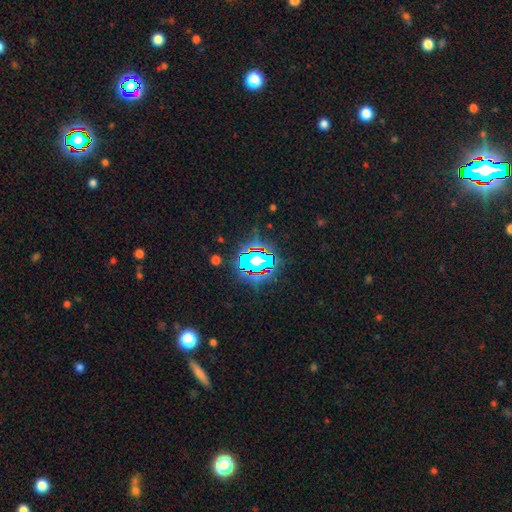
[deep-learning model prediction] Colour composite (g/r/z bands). It shows a star or artifact, not a galaxy (77%).